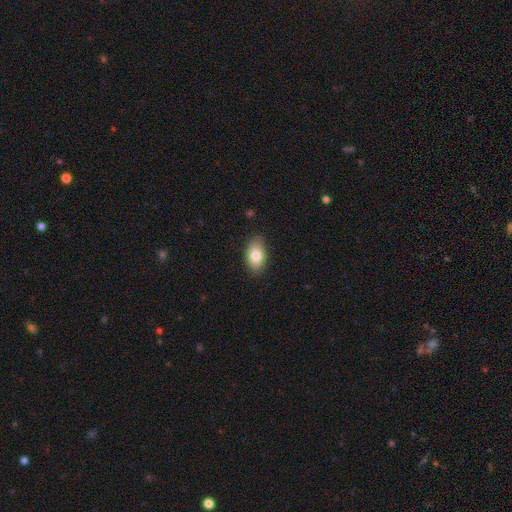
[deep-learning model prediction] Smooth or featured?
  - smooth: 81% *
  - featured or disk: 12%
  - star or artifact: 7%
How rounded?
  - in between: 91% *
  - round: 7%
  - cigar-shaped: 2%
Merging?
  - none: 85% *
  - minor disturbance: 12%
  - major disturbance: 2%
  - merger: 1%